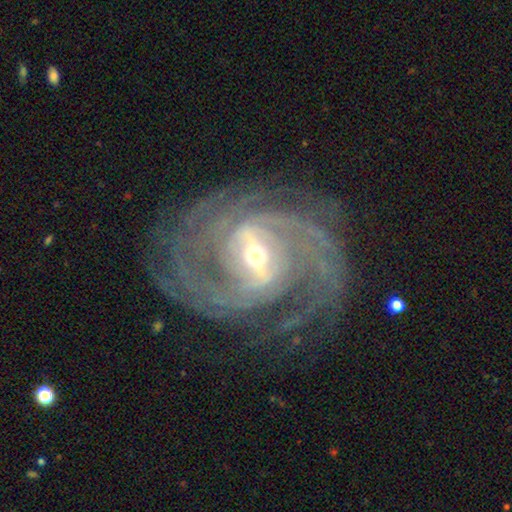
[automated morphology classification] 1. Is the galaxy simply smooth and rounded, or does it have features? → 93% featured or disk, 5% star or artifact, 3% smooth.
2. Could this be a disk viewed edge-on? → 97% no, 3% yes.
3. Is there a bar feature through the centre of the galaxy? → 58% strong, 35% weak, 8% no.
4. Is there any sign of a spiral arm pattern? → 98% yes, 2% no.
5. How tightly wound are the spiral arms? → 55% tight, 37% medium, 7% loose.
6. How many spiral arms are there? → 31% 2, 21% 3, 17% 4, 15% can't tell, 9% more than 4, 7% 1.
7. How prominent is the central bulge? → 52% small, 43% moderate, 3% large, 1% none, 1% dominant.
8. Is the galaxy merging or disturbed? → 75% none, 15% minor disturbance, 9% major disturbance, 1% merger.